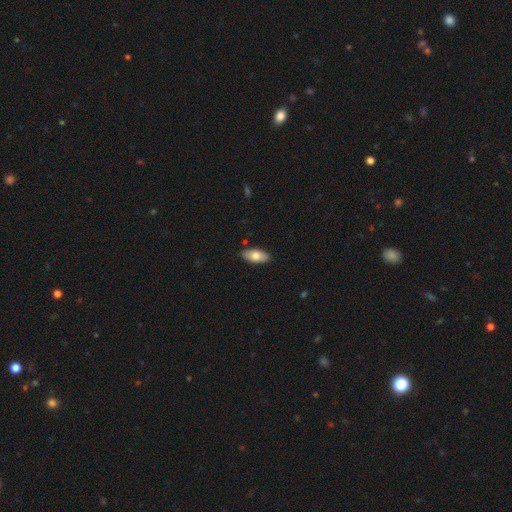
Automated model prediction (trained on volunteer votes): Smooth or featured? smooth (74%)
How rounded? in between (88%)
Merging? none (87%)